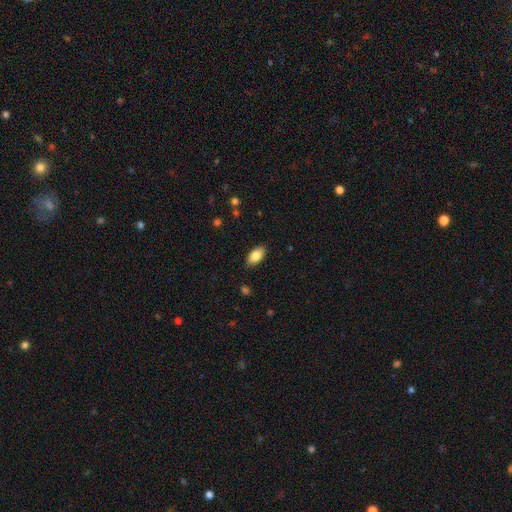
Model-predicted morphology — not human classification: Q: Smooth or featured?
A: smooth (83%); runner-up: featured or disk (10%)
Q: How rounded?
A: in between (93%); runner-up: cigar-shaped (4%)
Q: Merging?
A: none (88%); runner-up: minor disturbance (9%)